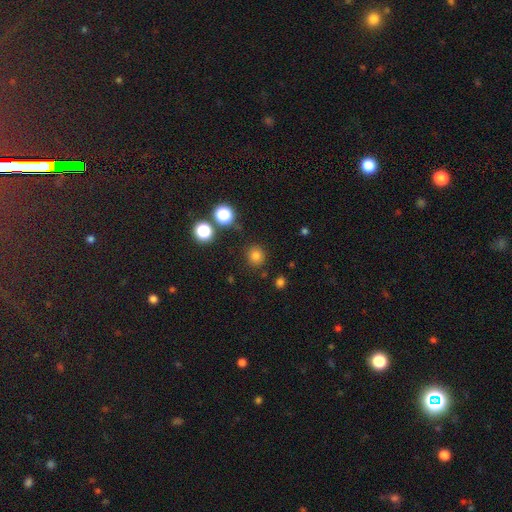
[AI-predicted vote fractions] Q: Smooth or featured?
A: smooth (79%); runner-up: star or artifact (17%)
Q: How rounded?
A: round (88%); runner-up: in between (11%)
Q: Merging?
A: none (86%); runner-up: minor disturbance (9%)